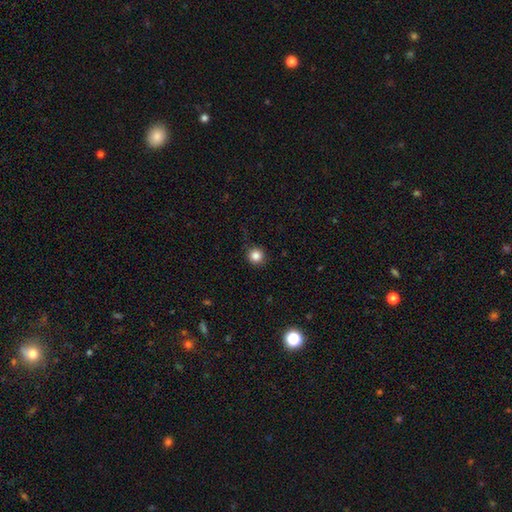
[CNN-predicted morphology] This appears to be a smooth galaxy with no disk features (85%) that is round (94%). Merging: none (86%).